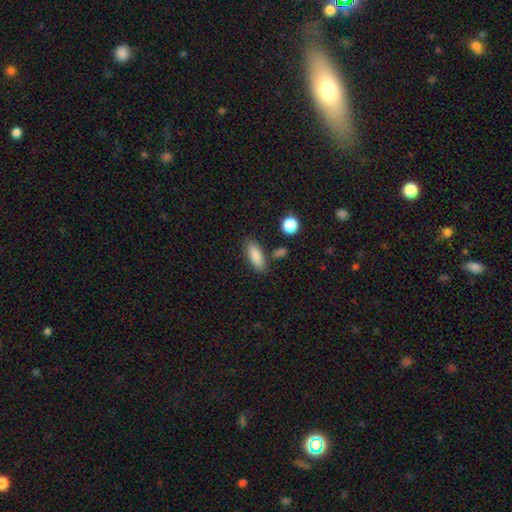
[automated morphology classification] Smooth or featured: smooth — 86% (featured or disk — 7%)
How rounded: in between — 77% (cigar-shaped — 20%)
Merging: none — 80% (minor disturbance — 12%)